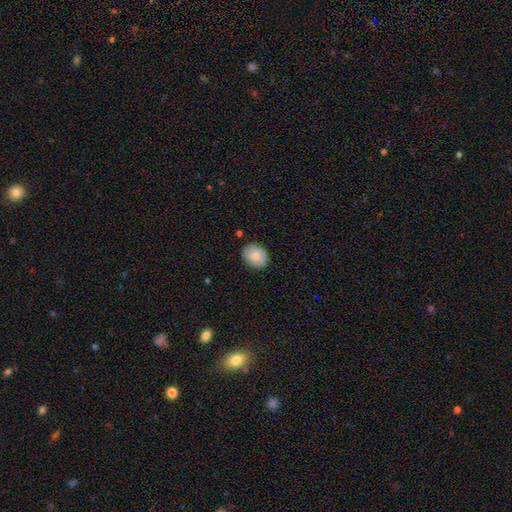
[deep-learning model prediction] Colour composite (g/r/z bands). It shows a smooth galaxy with no disk features (83%) that is round (53%). Merging: none (83%).